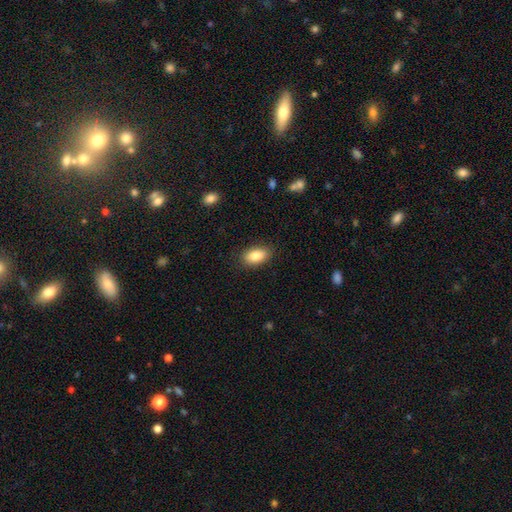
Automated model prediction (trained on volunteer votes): This is clearly a smooth galaxy (84%). How rounded: clearly in between (91%). Merging: clearly none (87%).